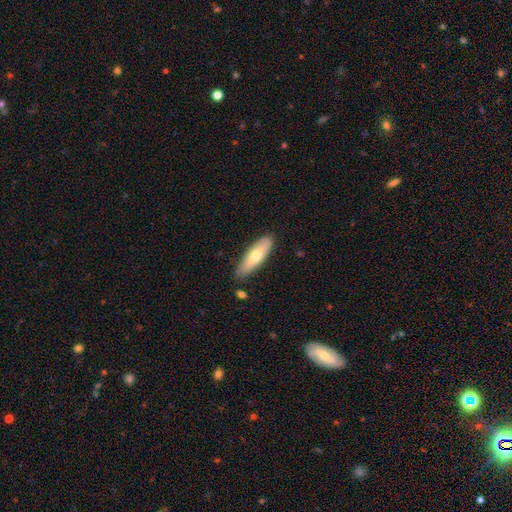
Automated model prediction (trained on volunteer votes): This appears to be a smooth galaxy with no disk features (68%) that is cigar-shaped (52%). Merging: none (83%).